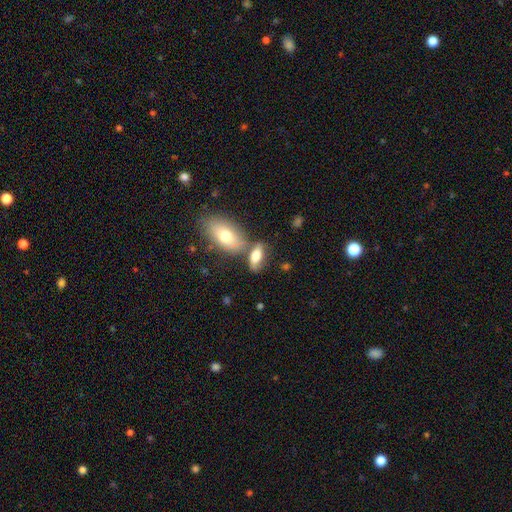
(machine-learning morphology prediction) Smooth or featured? smooth (72%)
How rounded? in between (84%)
Merging? none (49%)